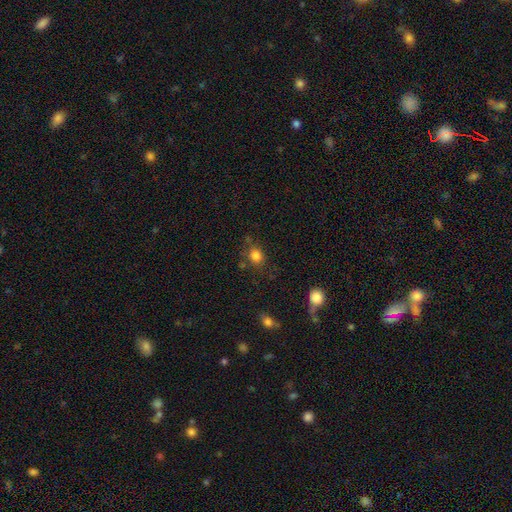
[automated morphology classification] Smooth or featured?
  - smooth: 82% *
  - star or artifact: 12%
  - featured or disk: 6%
How rounded?
  - round: 73% *
  - in between: 26%
  - cigar-shaped: 1%
Merging?
  - none: 73% *
  - minor disturbance: 16%
  - major disturbance: 6%
  - merger: 6%